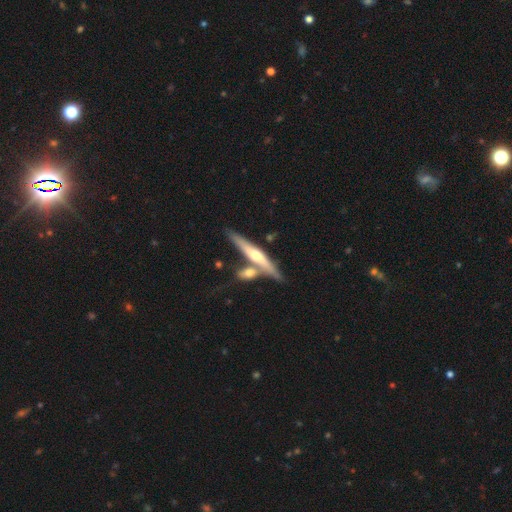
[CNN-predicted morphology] featured or disk 63%, smooth 32%, star or artifact 5%. Down the decision tree: edge-on disk — yes (93%); edge-on bulge — rounded (85%); merging — none (60%).